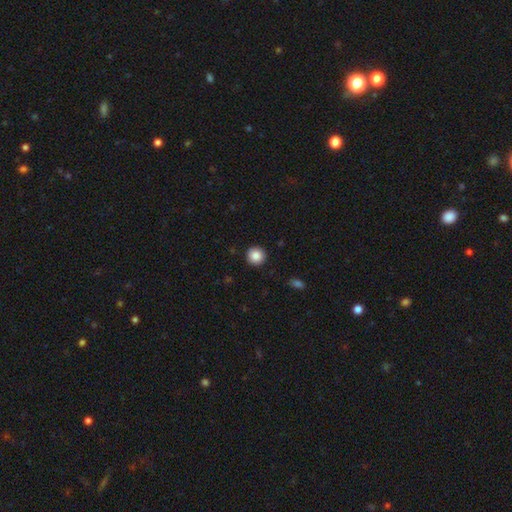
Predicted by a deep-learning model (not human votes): Smooth or featured?
  - smooth: 87% *
  - star or artifact: 9%
  - featured or disk: 4%
How rounded?
  - round: 95% *
  - in between: 4%
  - cigar-shaped: 1%
Merging?
  - none: 92% *
  - minor disturbance: 5%
  - major disturbance: 2%
  - merger: 1%